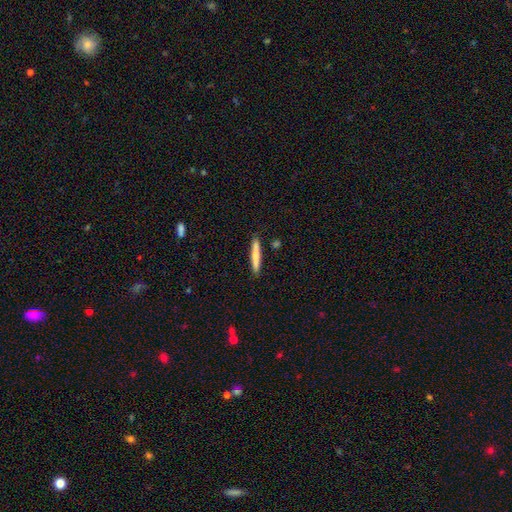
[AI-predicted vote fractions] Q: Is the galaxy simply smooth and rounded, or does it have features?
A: smooth — 72%.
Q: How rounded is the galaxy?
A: cigar-shaped — 94%.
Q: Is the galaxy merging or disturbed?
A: none — 87%.